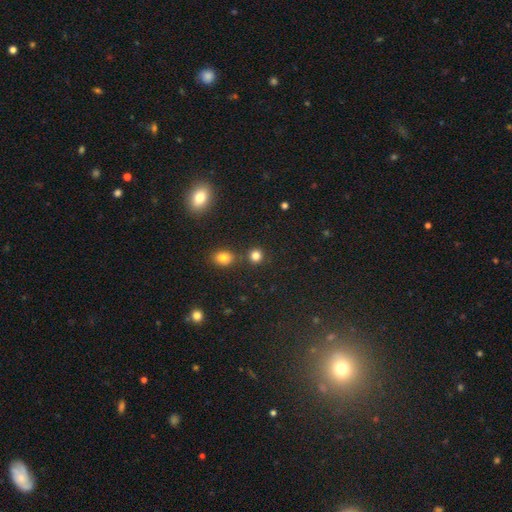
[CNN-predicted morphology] Smooth or featured? Predicted: smooth (p=0.82). How rounded? Predicted: round (p=0.87). Merging? Predicted: none (p=0.80).